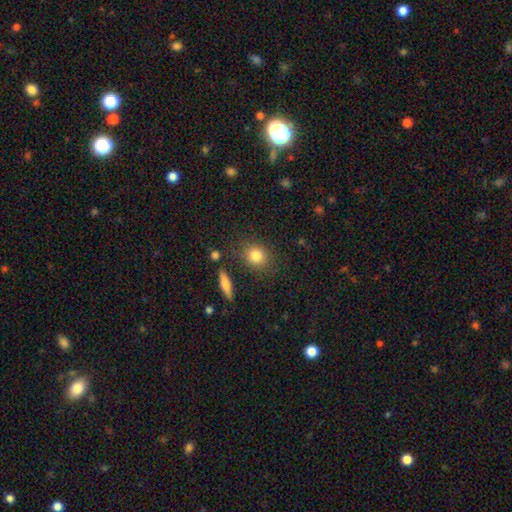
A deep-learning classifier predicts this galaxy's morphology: smooth_or_featured: smooth (p=0.83) [alt: star or artifact p=0.09]
how_rounded: round (p=0.75) [alt: in between p=0.23]
merging: none (p=0.81) [alt: minor disturbance p=0.11]